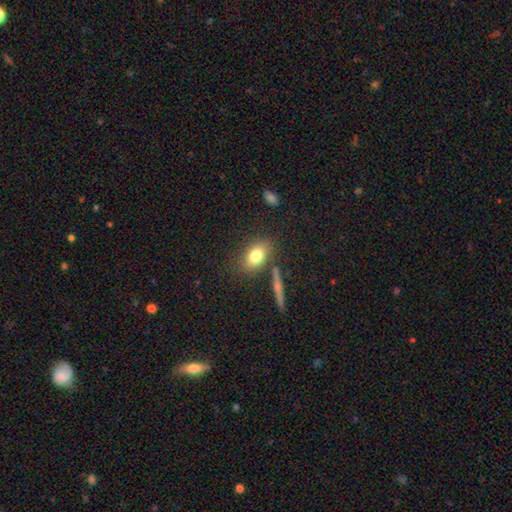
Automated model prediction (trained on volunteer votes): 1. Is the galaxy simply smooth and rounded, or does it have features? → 78% smooth, 13% featured or disk, 9% star or artifact.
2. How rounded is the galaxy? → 80% in between, 16% round, 4% cigar-shaped.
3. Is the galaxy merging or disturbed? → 74% none, 13% minor disturbance, 8% merger, 4% major disturbance.